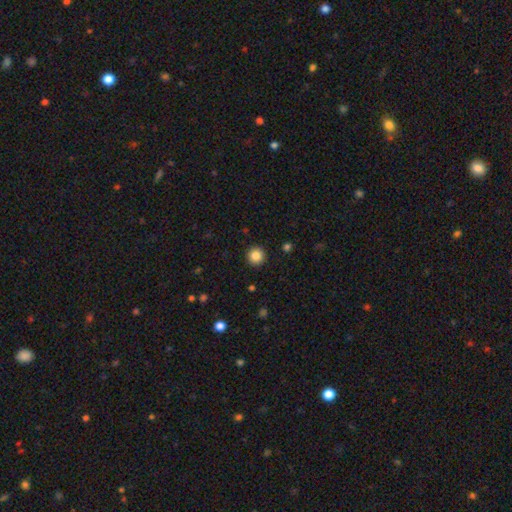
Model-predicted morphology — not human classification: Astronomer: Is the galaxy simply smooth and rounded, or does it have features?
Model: smooth — 85%.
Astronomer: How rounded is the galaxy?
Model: round — 95%.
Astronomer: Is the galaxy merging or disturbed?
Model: none — 93%.